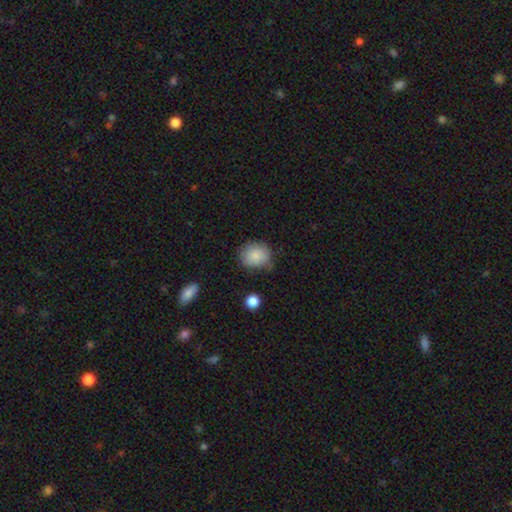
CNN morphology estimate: Smooth or featured?
  - smooth: 85% *
  - star or artifact: 9%
  - featured or disk: 7%
How rounded?
  - round: 71% *
  - in between: 28%
  - cigar-shaped: 1%
Merging?
  - none: 64% *
  - minor disturbance: 27%
  - major disturbance: 6%
  - merger: 3%